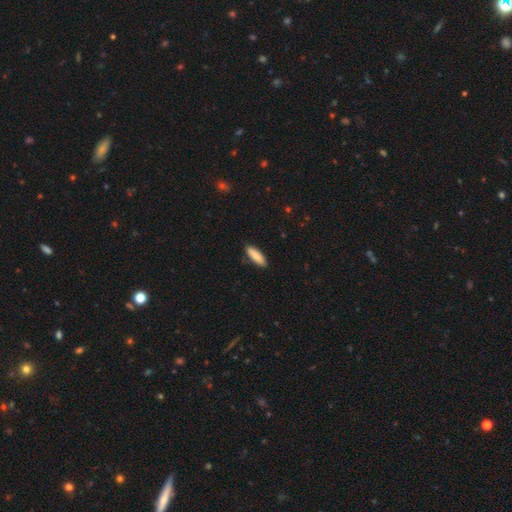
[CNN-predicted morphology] A smooth galaxy with no disk features (85%) that is cigar-shaped (49%, tied with in between). Merging: none (86%).